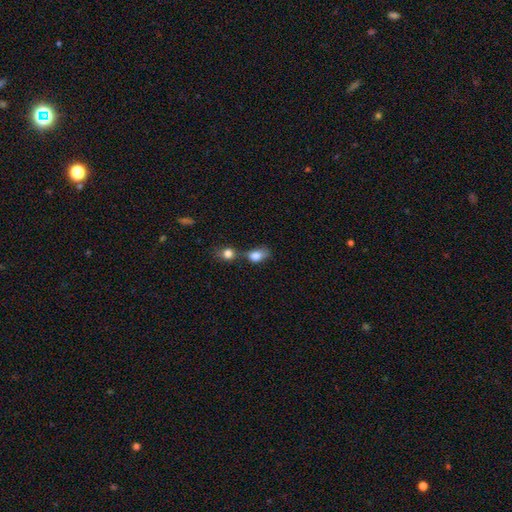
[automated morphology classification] Overall: smooth (81%). How rounded: in between (71%). Merging: merger (47%; none 30%).